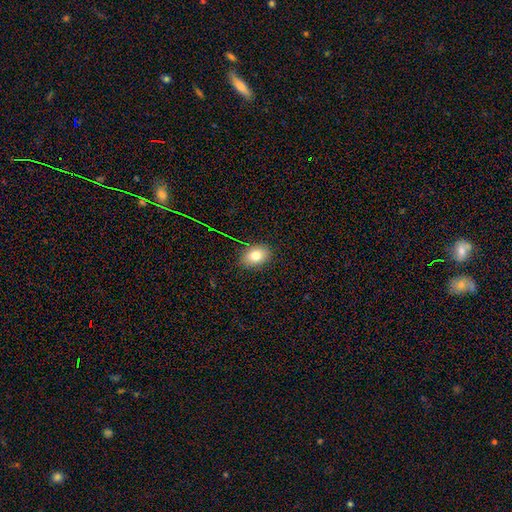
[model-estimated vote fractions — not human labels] This is clearly a smooth galaxy (81%). How rounded: likely in between (75%). Merging: clearly none (87%).